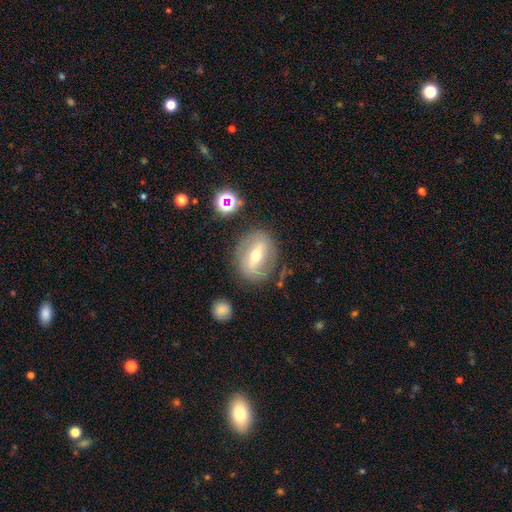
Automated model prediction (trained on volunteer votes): Smooth or featured?
  - featured or disk: 57% *
  - smooth: 34%
  - star or artifact: 9%
Edge-on disk?
  - no: 86% *
  - yes: 14%
Merging?
  - none: 78% *
  - minor disturbance: 14%
  - major disturbance: 6%
  - merger: 3%